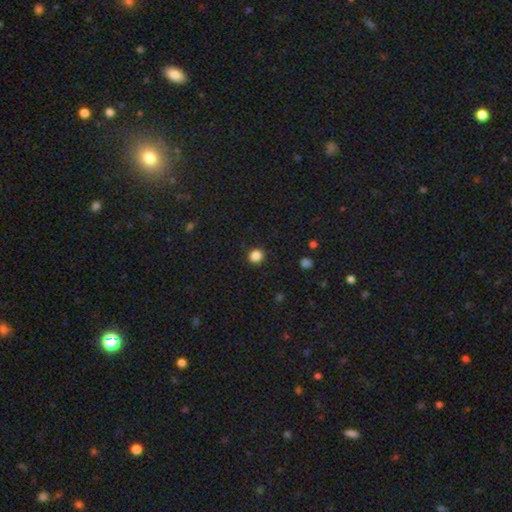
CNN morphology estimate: A smooth galaxy with no disk features (85%) that is round (85%).

Vote fractions:
- Smooth or featured? smooth: 85% / star or artifact: 12% / featured or disk: 3%
- How rounded? round: 85% / in between: 14% / cigar-shaped: 1%
- Merging? none: 91% / minor disturbance: 6% / major disturbance: 2% / merger: 1%